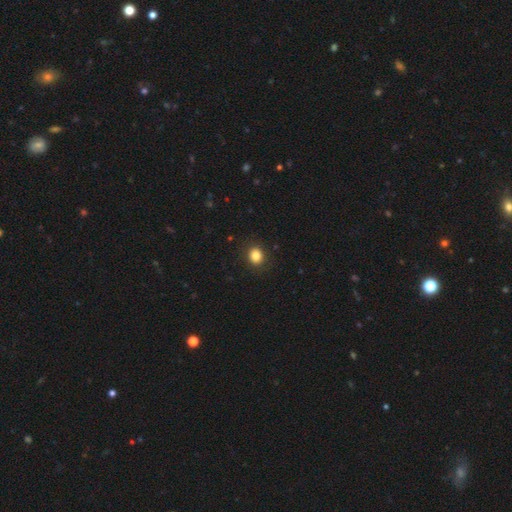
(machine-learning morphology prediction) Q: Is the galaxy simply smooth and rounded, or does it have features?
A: smooth — 84%.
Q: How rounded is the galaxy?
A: round — 75%.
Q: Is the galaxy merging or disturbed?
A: none — 89%.